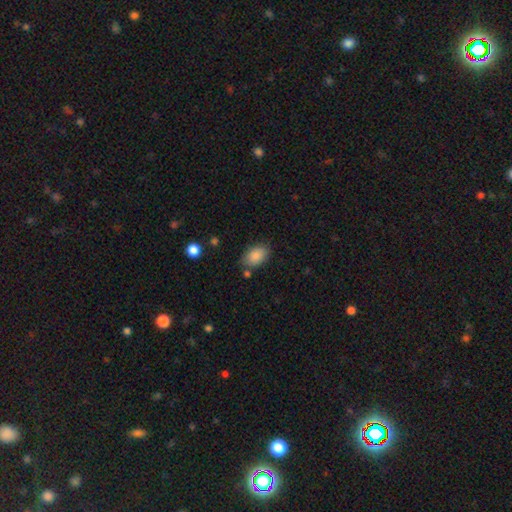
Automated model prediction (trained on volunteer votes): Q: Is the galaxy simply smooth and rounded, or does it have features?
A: smooth — 87%.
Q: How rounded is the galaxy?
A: in between — 89%.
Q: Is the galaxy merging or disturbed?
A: none — 75%.